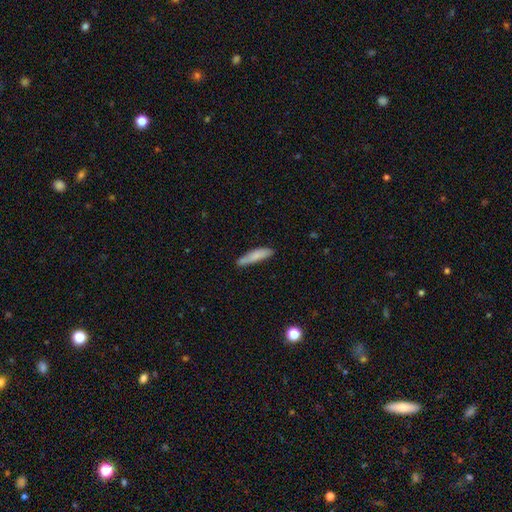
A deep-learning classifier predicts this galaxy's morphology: A smooth galaxy with no disk features (79%) that is cigar-shaped (80%).

Vote fractions:
- Smooth or featured? smooth: 79% / featured or disk: 15% / star or artifact: 6%
- How rounded? cigar-shaped: 80% / in between: 19% / round: 1%
- Merging? none: 74% / minor disturbance: 19% / merger: 4% / major disturbance: 3%